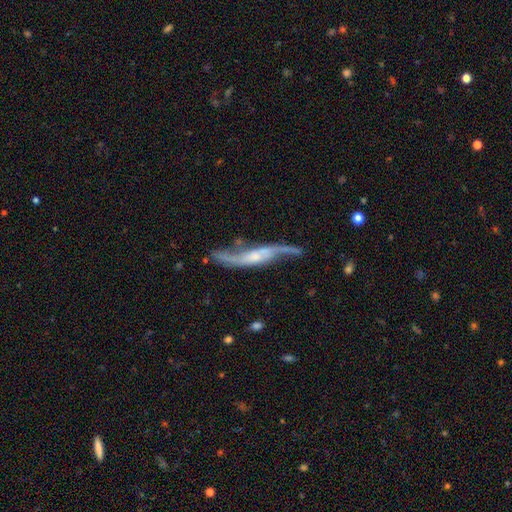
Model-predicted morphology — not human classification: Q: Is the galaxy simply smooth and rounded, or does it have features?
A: featured or disk — 85%.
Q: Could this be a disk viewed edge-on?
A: no — 70%.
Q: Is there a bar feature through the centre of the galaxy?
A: no — 50%.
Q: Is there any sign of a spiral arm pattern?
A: yes — 94%.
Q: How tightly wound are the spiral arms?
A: loose — 87%.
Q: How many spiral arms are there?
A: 2 — 91%.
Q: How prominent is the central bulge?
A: small — 47%.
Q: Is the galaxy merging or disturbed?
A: none — 61%.